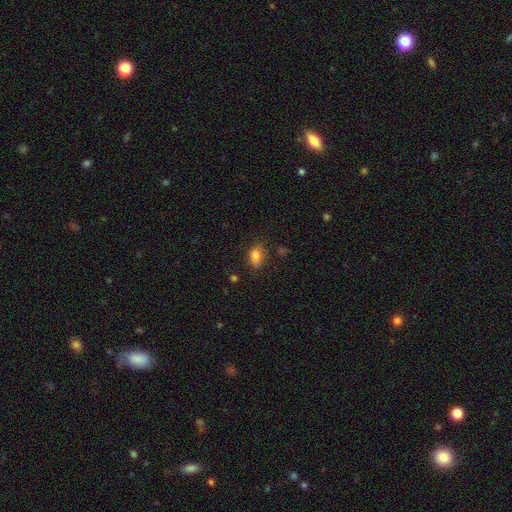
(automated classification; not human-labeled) Smooth or featured?
  - smooth: 82% *
  - star or artifact: 11%
  - featured or disk: 7%
How rounded?
  - in between: 77% *
  - round: 21%
  - cigar-shaped: 2%
Merging?
  - none: 67% *
  - minor disturbance: 23%
  - major disturbance: 6%
  - merger: 4%